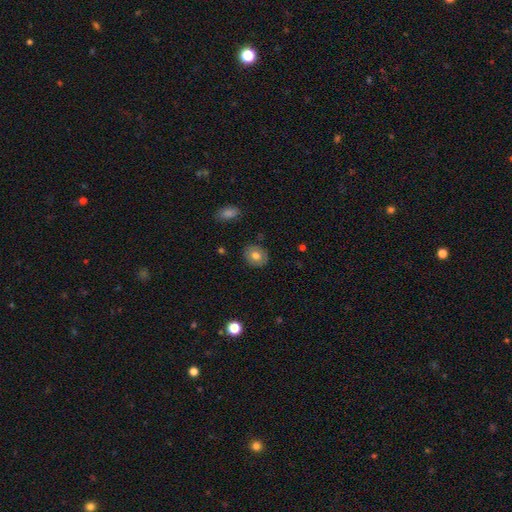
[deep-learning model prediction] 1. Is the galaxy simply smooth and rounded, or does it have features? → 73% smooth, 18% featured or disk, 8% star or artifact.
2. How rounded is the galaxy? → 65% round, 34% in between, 1% cigar-shaped.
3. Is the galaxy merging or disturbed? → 87% none, 9% minor disturbance, 2% major disturbance, 1% merger.